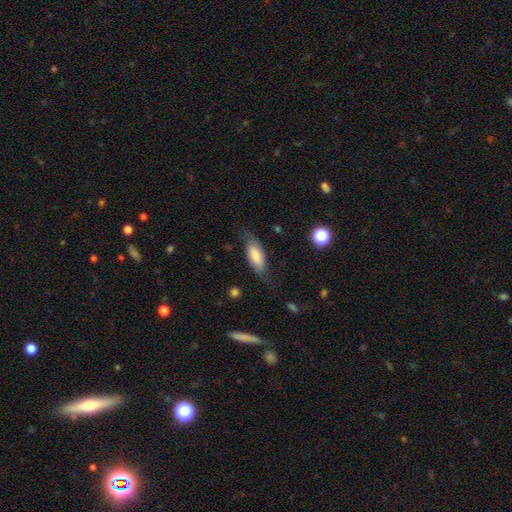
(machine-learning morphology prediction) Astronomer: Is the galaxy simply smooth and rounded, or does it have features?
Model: smooth — 68%.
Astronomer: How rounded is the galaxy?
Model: in between — 74%.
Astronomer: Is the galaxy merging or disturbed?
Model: none — 64%.